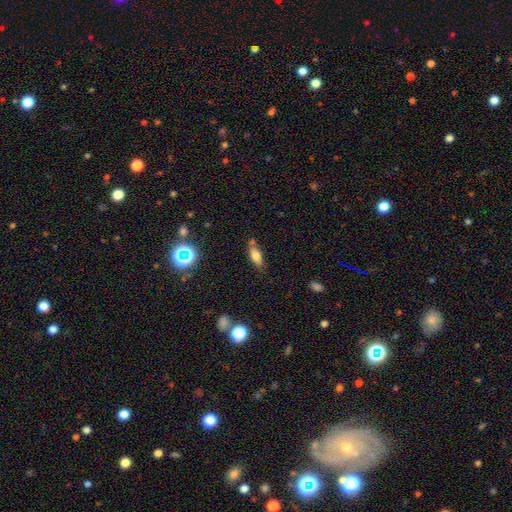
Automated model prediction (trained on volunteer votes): Morphology: type=smooth (71%); roundness=in between (76%); merging=none (67%).